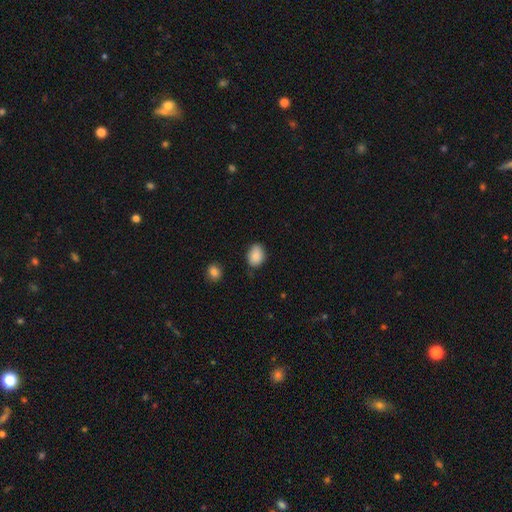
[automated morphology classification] A smooth galaxy with no disk features (88%) that is in between round and cigar-shaped (69%). Merging: none (74%).